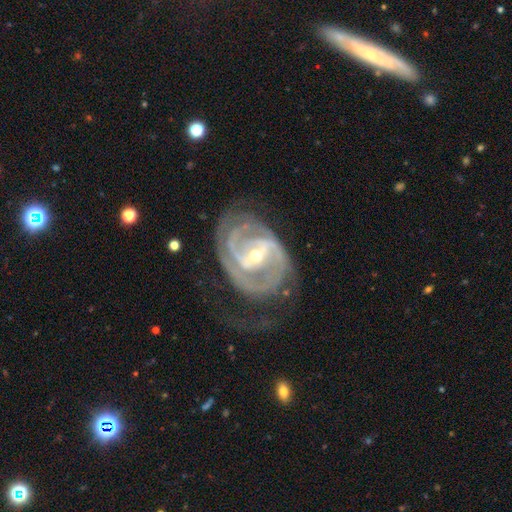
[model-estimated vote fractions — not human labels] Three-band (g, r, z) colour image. It shows a featured or disk galaxy (91%) with a strong bar (46%), 2 (50%) tight (56%) spiral arms (97%) and a small central bulge (49%). Merging: none (54%).